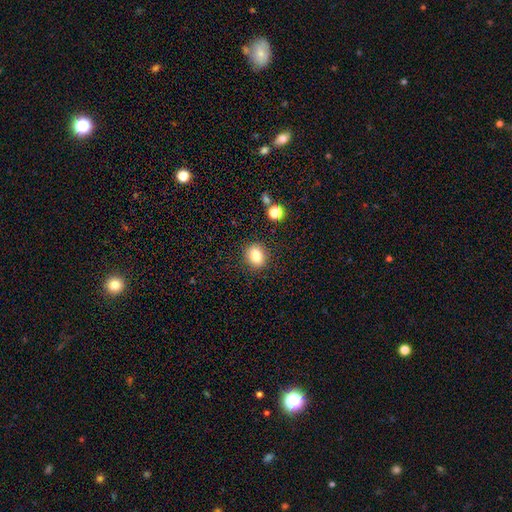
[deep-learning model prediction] Smooth or featured?
  - smooth: 82% *
  - star or artifact: 11%
  - featured or disk: 7%
How rounded?
  - round: 55% *
  - in between: 44%
  - cigar-shaped: 1%
Merging?
  - none: 87% *
  - minor disturbance: 8%
  - major disturbance: 3%
  - merger: 2%